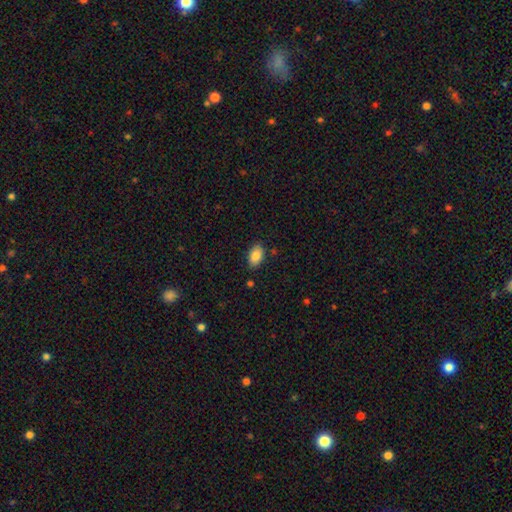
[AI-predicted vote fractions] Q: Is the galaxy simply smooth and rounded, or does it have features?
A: smooth — 86%.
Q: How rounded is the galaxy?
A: in between — 92%.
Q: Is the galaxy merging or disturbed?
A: none — 84%.